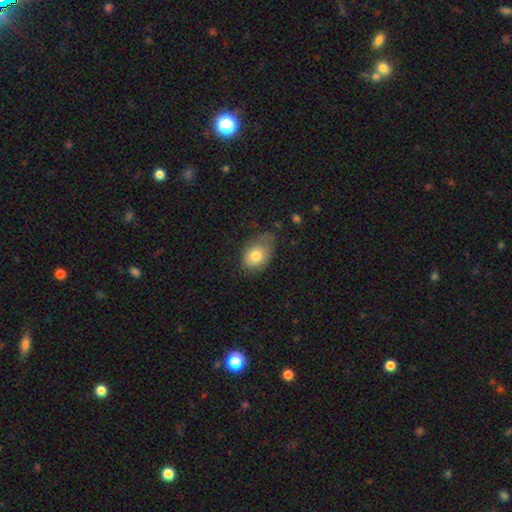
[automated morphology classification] smooth 77%, featured or disk 15%, star or artifact 7%. Down the decision tree: how rounded — in between (83%); merging — none (47%).